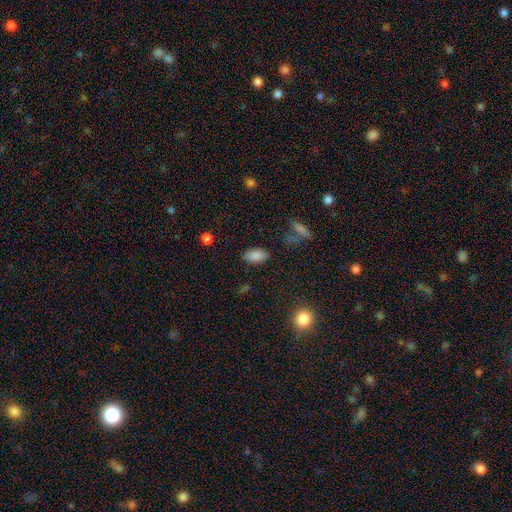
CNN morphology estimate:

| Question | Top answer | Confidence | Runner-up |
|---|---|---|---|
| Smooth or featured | smooth | 84% | star or artifact (9%) |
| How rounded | in between | 93% | round (4%) |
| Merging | none | 83% | minor disturbance (12%) |